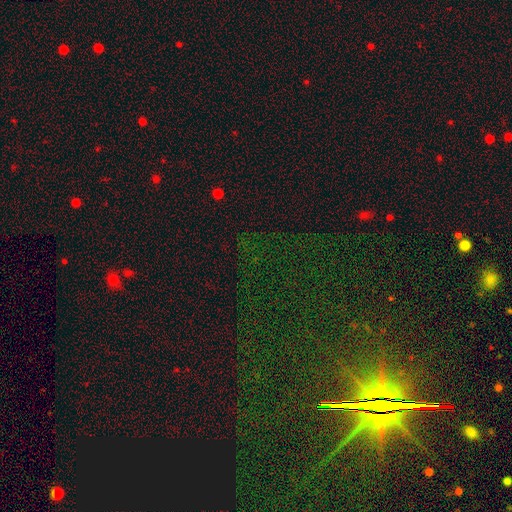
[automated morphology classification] A star or artifact, not a galaxy (83%).